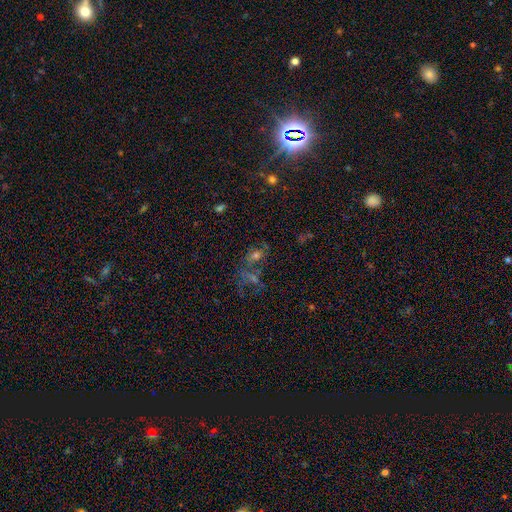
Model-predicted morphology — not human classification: smooth-or-featured: star or artifact: 39% | smooth: 37% | featured or disk: 24%